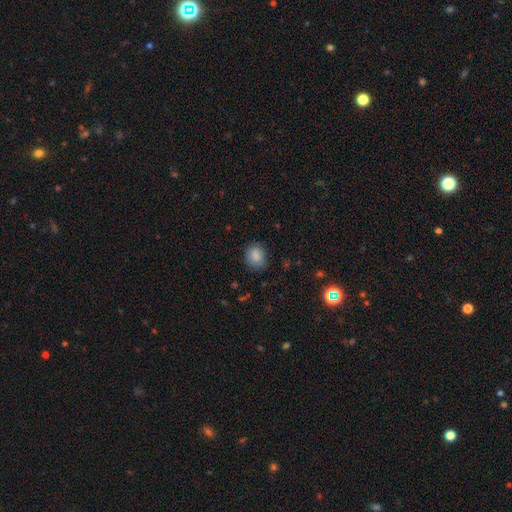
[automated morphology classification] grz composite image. It shows a smooth galaxy with no disk features (85%) that is round (53%). Merging: none (78%).